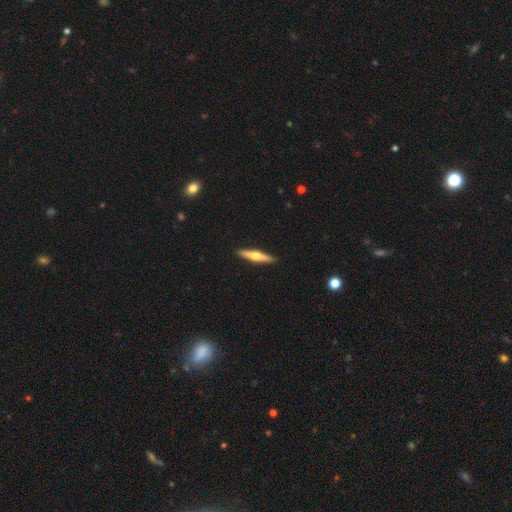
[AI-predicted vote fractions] A featured or disk galaxy (60%) viewed edge-on (97%) with a rounded central bulge (92%). Merging: none (91%).